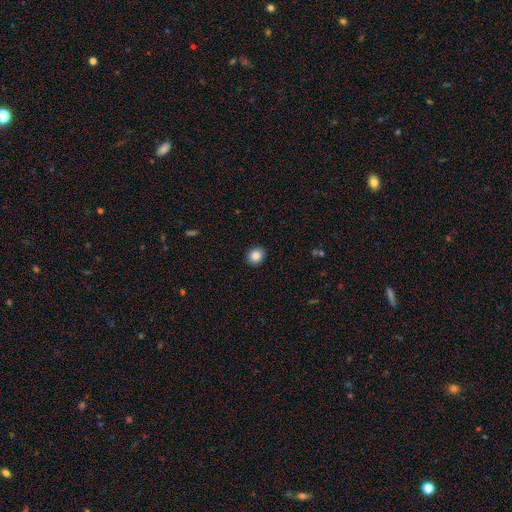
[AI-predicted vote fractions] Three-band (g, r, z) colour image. It shows a smooth galaxy with no disk features (86%) that is round (76%). Merging: none (91%).